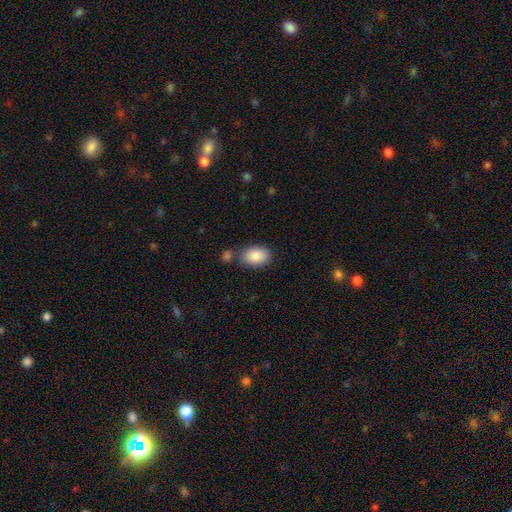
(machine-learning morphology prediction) Smooth or featured: smooth — 87% (star or artifact — 7%)
How rounded: in between — 88% (round — 10%)
Merging: none — 70% (minor disturbance — 15%)